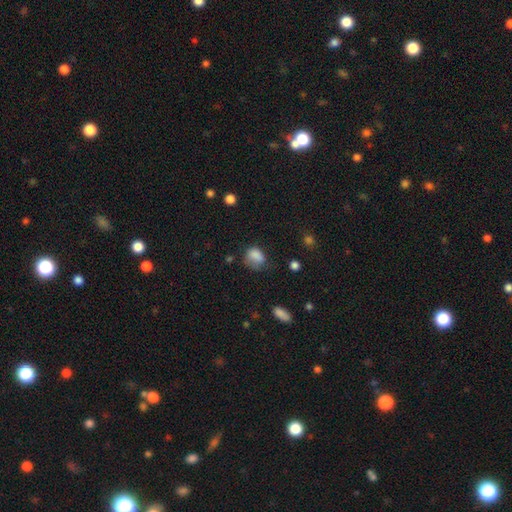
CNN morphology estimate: A smooth galaxy with no disk features (80%) that is in between round and cigar-shaped (60%).

Vote fractions:
- Smooth or featured? smooth: 80% / star or artifact: 11% / featured or disk: 10%
- How rounded? in between: 60% / round: 39% / cigar-shaped: 1%
- Merging? none: 40% / minor disturbance: 33% / major disturbance: 23% / merger: 3%